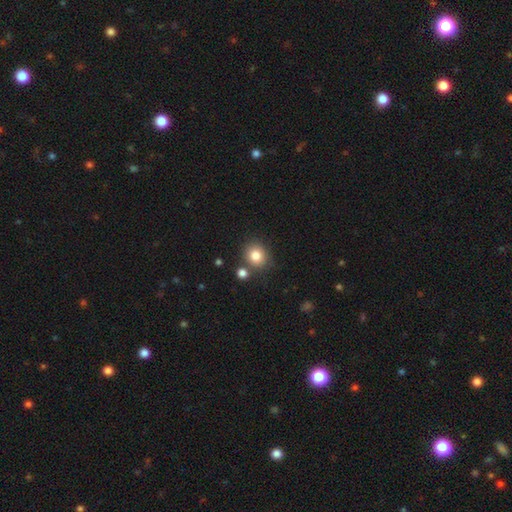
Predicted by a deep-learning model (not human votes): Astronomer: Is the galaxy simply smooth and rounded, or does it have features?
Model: smooth — 83%.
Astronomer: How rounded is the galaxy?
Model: round — 82%.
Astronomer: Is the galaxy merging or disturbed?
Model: none — 75%.